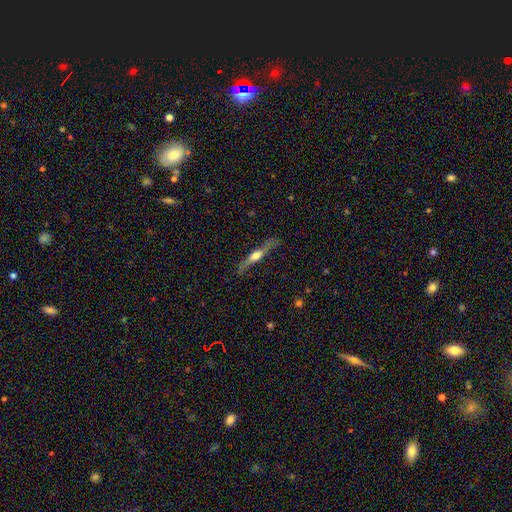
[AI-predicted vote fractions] Morphology: type=featured or disk (68%); edge-on=yes (95%); edge-on bulge=rounded (84%); merging=none (79%).